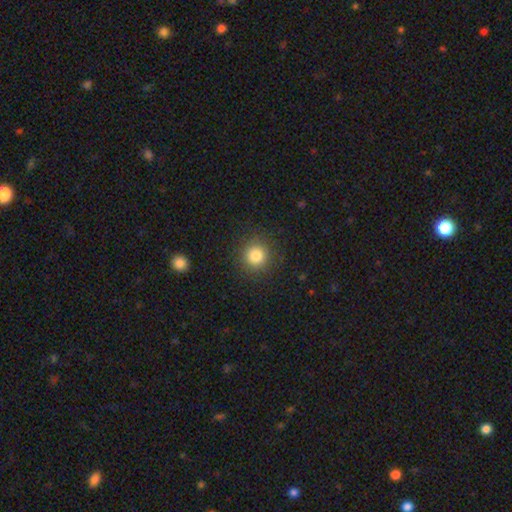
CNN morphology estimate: Overall: smooth (82%). How rounded: round (93%). Merging: none (90%).